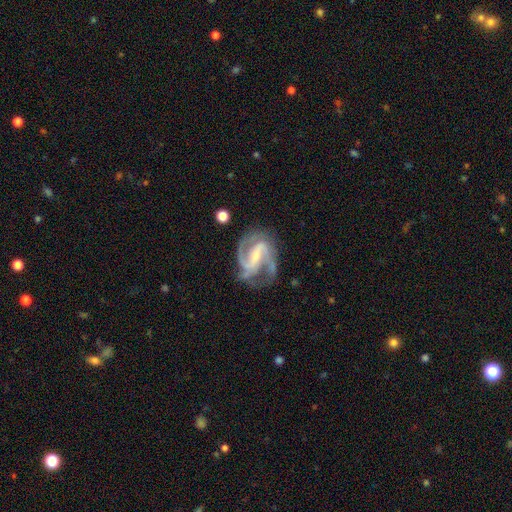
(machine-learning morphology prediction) smooth-or-featured: featured or disk: 92% | star or artifact: 4% | smooth: 4%
  disk-edge-on: no: 98% | yes: 2%
    bar: weak: 43% | strong: 39% | no: 18%
    has-spiral-arms: yes: 98% | no: 2%
      spiral-winding: medium: 59% | tight: 25% | loose: 16%
      spiral-arm-count: 2: 45% | 3: 39% | can't tell: 5% | 4: 5% | 1: 3% | more than 4: 3%
    bulge-size: small: 61% | moderate: 30% | none: 7% | large: 2% | dominant: 1%
  merging: none: 67% | minor disturbance: 20% | major disturbance: 12% | merger: 2%